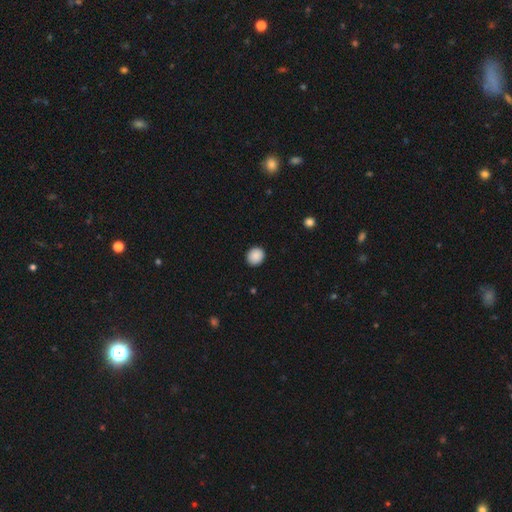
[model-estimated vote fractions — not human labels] Smooth or featured? smooth (89%)
How rounded? round (75%)
Merging? none (91%)